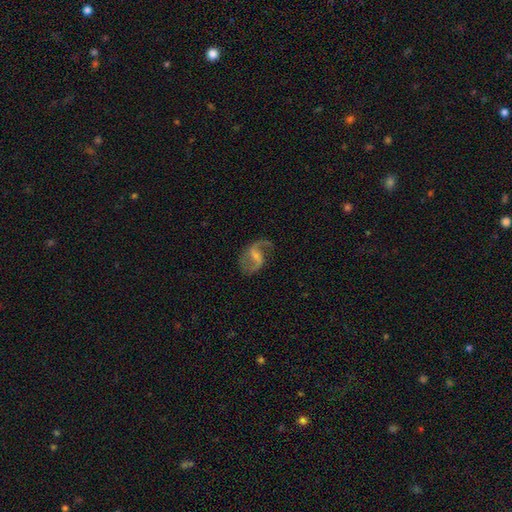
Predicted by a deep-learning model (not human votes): Smooth or featured? Predicted: featured or disk (p=0.86). Edge-on disk? Predicted: no (p=0.98). Bar? Predicted: weak (p=0.52). Spiral arms? Predicted: yes (p=0.95). Spiral winding? Predicted: loose (p=0.58). Spiral arm count? Predicted: 2 (p=0.87). Bulge size? Predicted: small (p=0.47). Merging? Predicted: none (p=0.69).